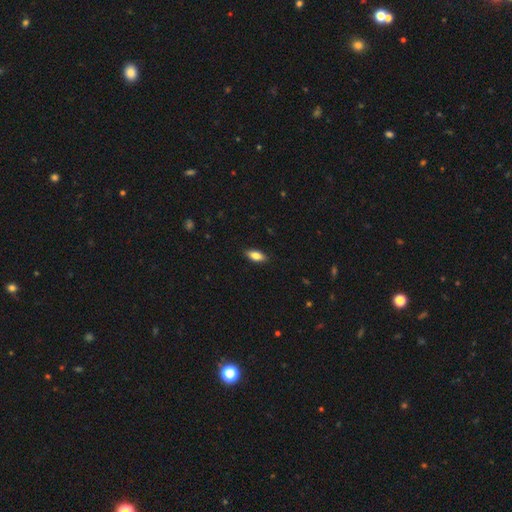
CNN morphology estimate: This appears to be a smooth galaxy with no disk features (81%) that is in between round and cigar-shaped (83%). Merging: none (88%).